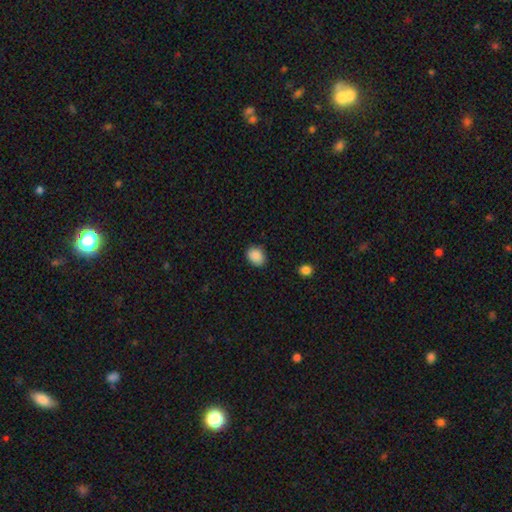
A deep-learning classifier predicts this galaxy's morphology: Smooth or featured? Predicted: smooth (p=0.89). How rounded? Predicted: in between (p=0.51). Merging? Predicted: none (p=0.85).